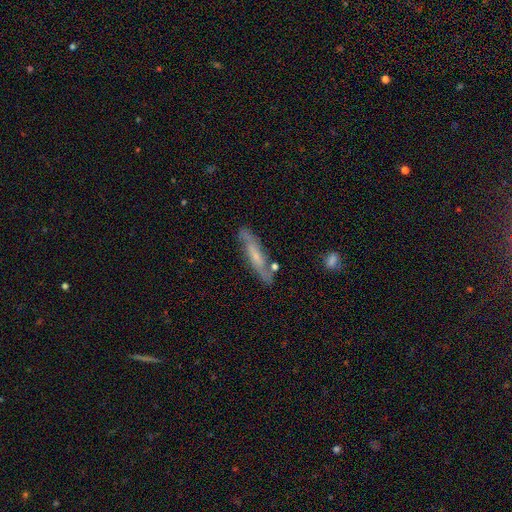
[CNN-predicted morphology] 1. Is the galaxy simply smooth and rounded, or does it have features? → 61% featured or disk, 32% smooth, 7% star or artifact.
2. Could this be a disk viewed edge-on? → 55% no, 45% yes.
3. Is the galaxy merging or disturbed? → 75% none, 16% minor disturbance, 5% merger, 4% major disturbance.